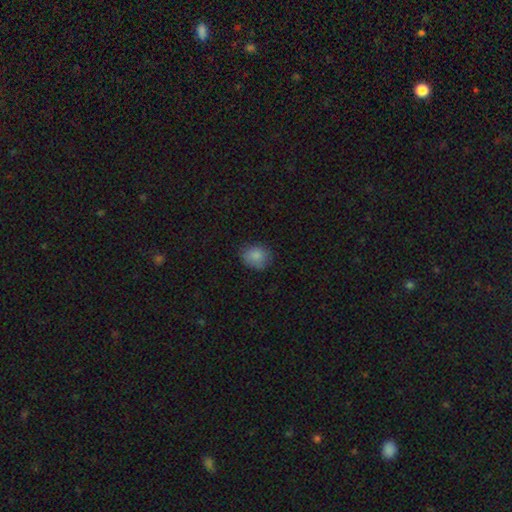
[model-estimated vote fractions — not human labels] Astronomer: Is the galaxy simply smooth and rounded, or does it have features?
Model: smooth — 84%.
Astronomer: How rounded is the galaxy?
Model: round — 67%.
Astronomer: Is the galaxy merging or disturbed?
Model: none — 77%.